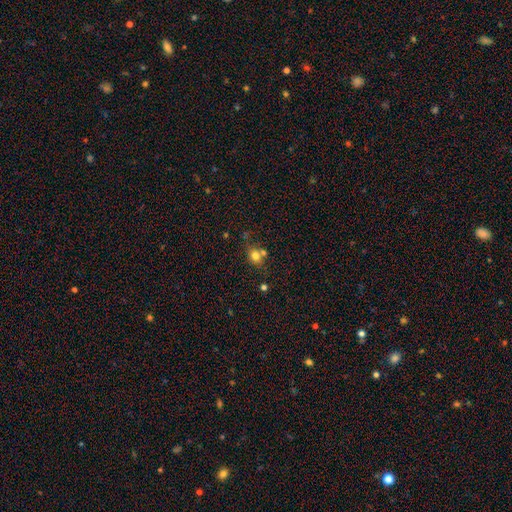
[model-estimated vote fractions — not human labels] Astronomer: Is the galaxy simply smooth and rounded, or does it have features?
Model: smooth — 75%.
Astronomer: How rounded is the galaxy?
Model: round — 62%.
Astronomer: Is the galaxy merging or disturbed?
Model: none — 54%.